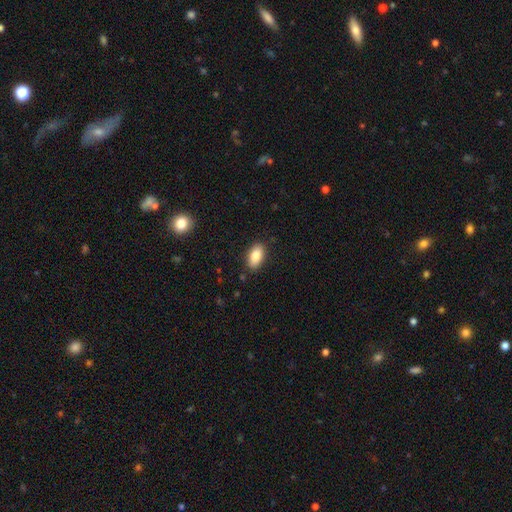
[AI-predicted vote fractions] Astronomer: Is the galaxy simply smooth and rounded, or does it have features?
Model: smooth — 85%.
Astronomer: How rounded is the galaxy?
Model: in between — 92%.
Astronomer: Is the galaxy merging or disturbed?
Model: none — 87%.